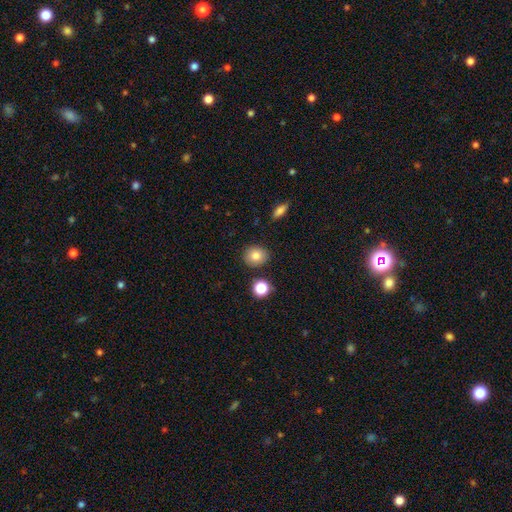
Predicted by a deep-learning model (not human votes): A smooth galaxy with no disk features (82%) that is round (73%). Merging: none (85%).